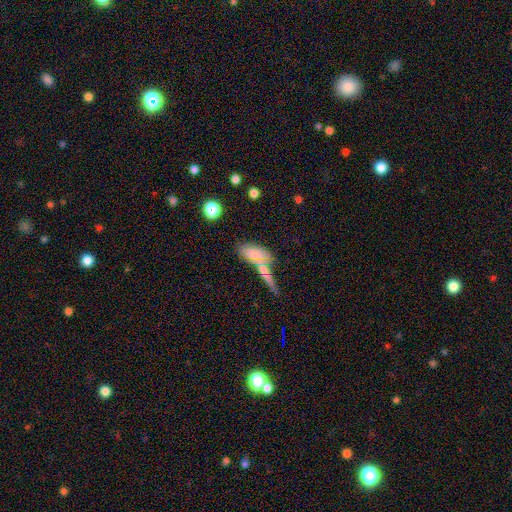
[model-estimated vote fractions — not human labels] smooth 67%, star or artifact 16%, featured or disk 16%. Down the decision tree: how rounded — in between (75%); merging — none (61%).